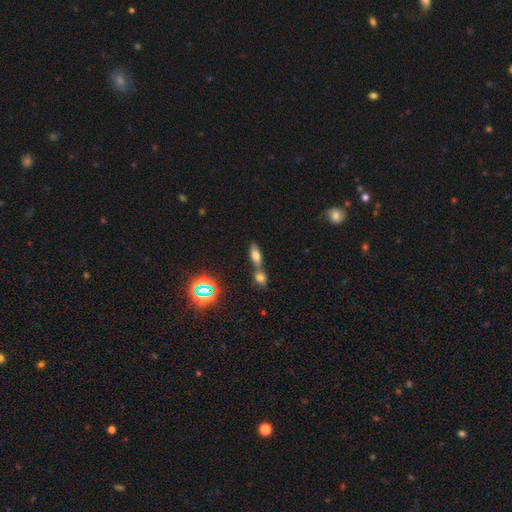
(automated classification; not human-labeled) smooth 63%, star or artifact 20%, featured or disk 17%. Down the decision tree: how rounded — in between (70%); merging — merger (53%).